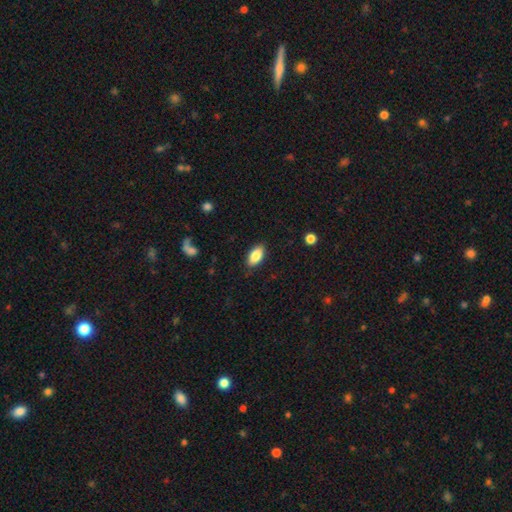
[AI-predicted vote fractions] Morphology: type=smooth (84%); roundness=in between (92%); merging=none (87%).